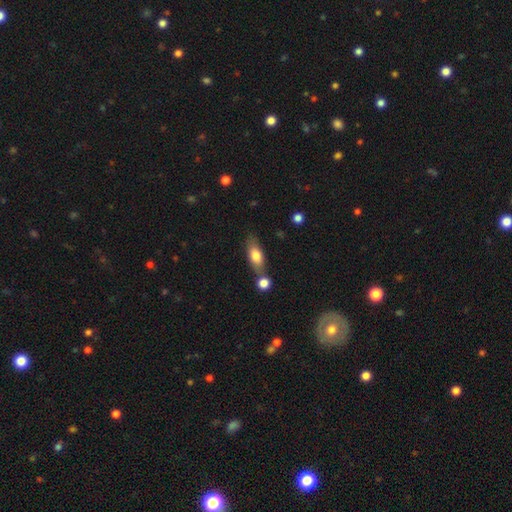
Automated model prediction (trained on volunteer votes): Smooth or featured? smooth (73%)
How rounded? in between (76%)
Merging? none (58%)